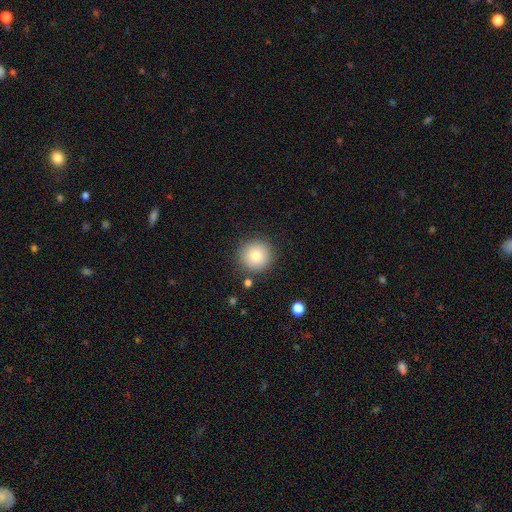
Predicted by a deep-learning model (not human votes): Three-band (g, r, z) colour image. It shows a smooth galaxy with no disk features (79%) that is round (95%). Merging: none (86%).